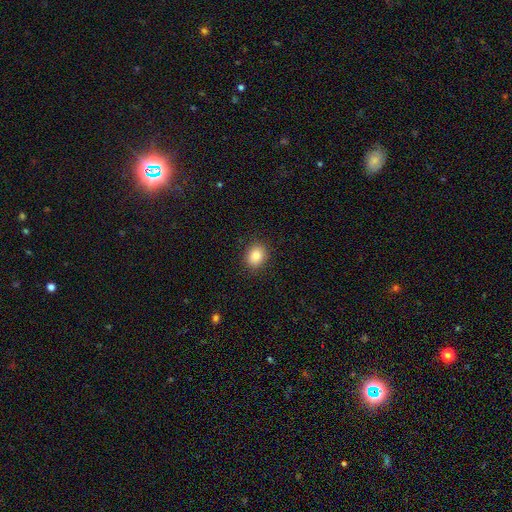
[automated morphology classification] Overall: smooth (83%). How rounded: round (57%; in between 42%). Merging: none (89%).